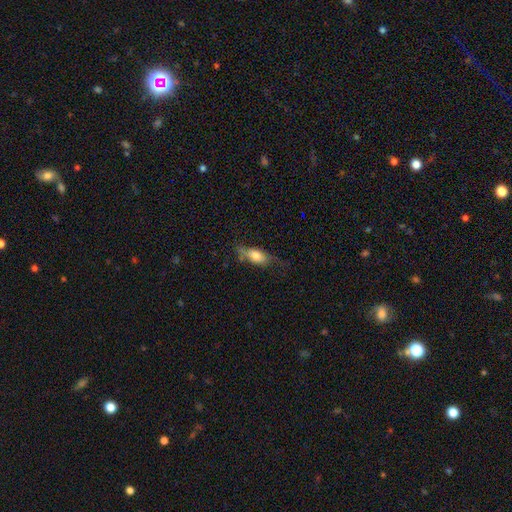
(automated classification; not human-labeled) Smooth or featured: smooth — 68% (featured or disk — 24%)
How rounded: in between — 78% (cigar-shaped — 18%)
Merging: none — 47% (minor disturbance — 31%)